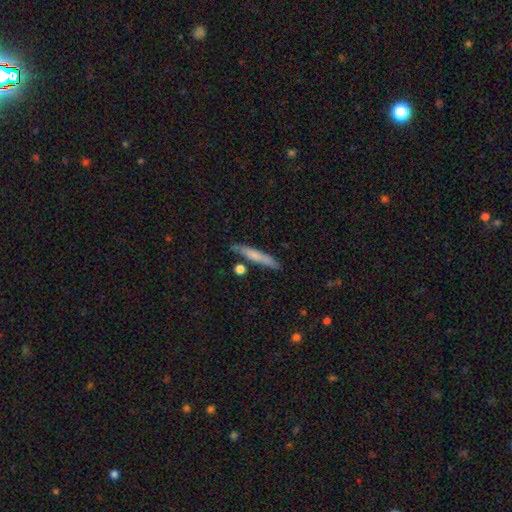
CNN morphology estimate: Smooth or featured?
  - smooth: 66% *
  - featured or disk: 27%
  - star or artifact: 6%
How rounded?
  - cigar-shaped: 94% *
  - in between: 5%
  - round: 2%
Merging?
  - none: 80% *
  - minor disturbance: 13%
  - merger: 5%
  - major disturbance: 3%